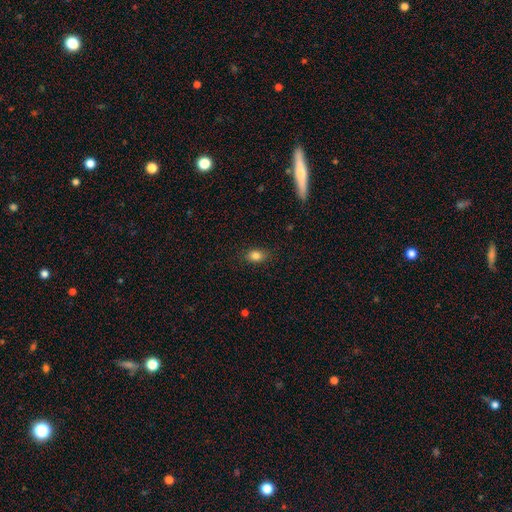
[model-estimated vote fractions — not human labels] Smooth or featured?
  - smooth: 83% *
  - star or artifact: 10%
  - featured or disk: 7%
How rounded?
  - in between: 76% *
  - round: 22%
  - cigar-shaped: 2%
Merging?
  - none: 86% *
  - minor disturbance: 11%
  - major disturbance: 3%
  - merger: 1%